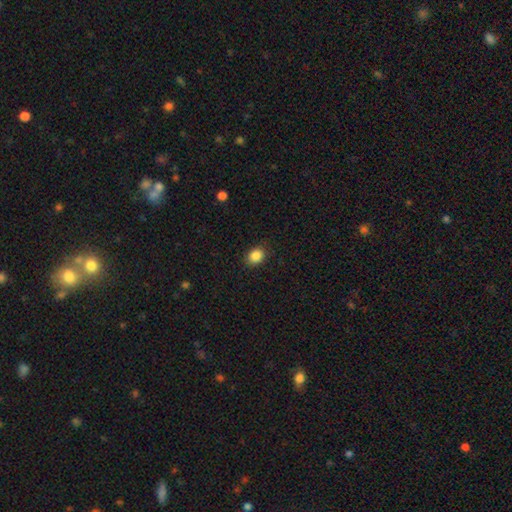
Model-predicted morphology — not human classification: smooth-or-featured: smooth: 87% | star or artifact: 10% | featured or disk: 4%
  how-rounded: round: 53% | in between: 46% | cigar-shaped: 1%
  merging: none: 87% | minor disturbance: 9% | major disturbance: 2% | merger: 1%